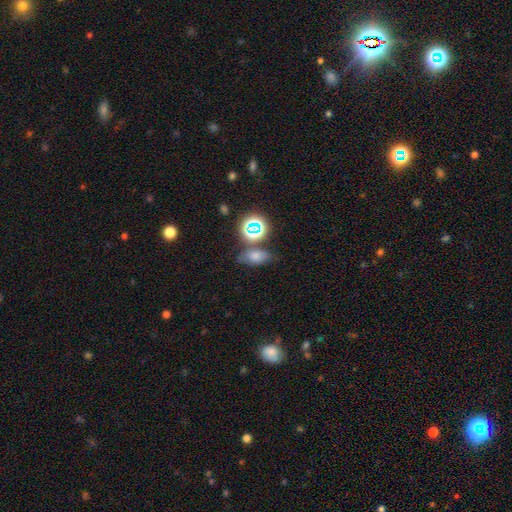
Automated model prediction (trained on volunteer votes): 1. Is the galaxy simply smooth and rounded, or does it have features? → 64% smooth, 22% star or artifact, 13% featured or disk.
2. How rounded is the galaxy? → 76% in between, 18% round, 6% cigar-shaped.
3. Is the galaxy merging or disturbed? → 64% none, 18% minor disturbance, 12% merger, 6% major disturbance.